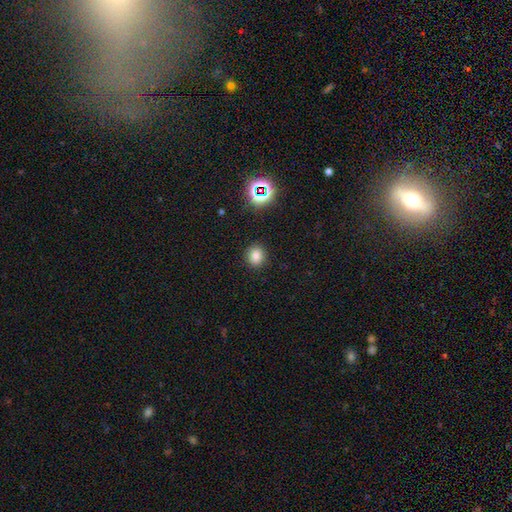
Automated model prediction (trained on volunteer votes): Smooth or featured: smooth — 78% (star or artifact — 16%)
How rounded: round — 76% (in between — 23%)
Merging: none — 89% (minor disturbance — 7%)